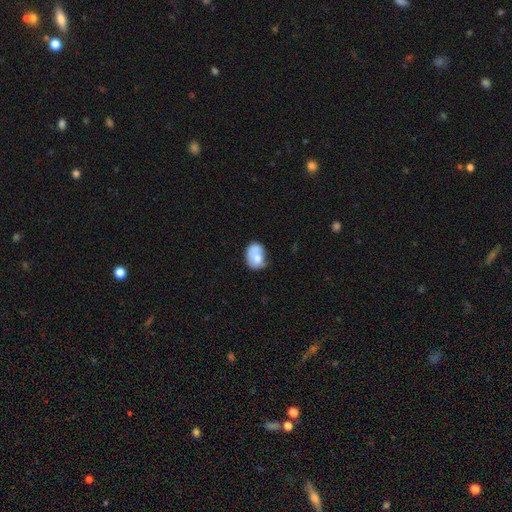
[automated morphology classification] Smooth or featured: smooth — 70% (featured or disk — 22%)
How rounded: in between — 70% (round — 29%)
Merging: none — 38% (minor disturbance — 26%)